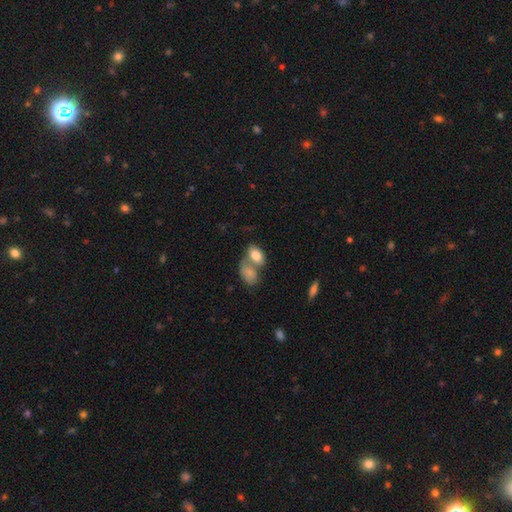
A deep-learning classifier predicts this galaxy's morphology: smooth-or-featured: smooth: 81% | featured or disk: 12% | star or artifact: 7%
  how-rounded: in between: 89% | round: 9% | cigar-shaped: 2%
  merging: merger: 51% | none: 34% | minor disturbance: 11% | major disturbance: 5%